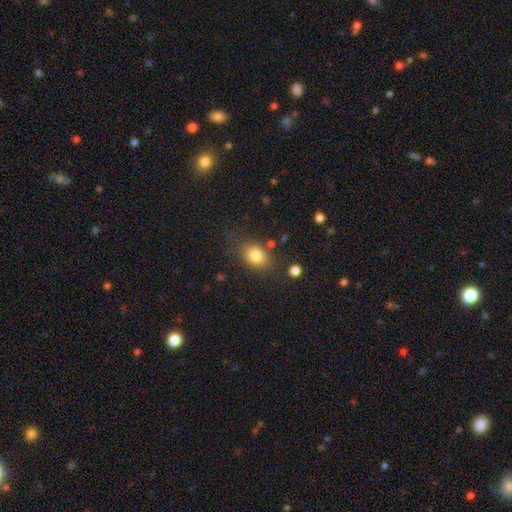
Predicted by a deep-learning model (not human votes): A smooth galaxy with no disk features (81%) that is in between round and cigar-shaped (65%). Merging: none (74%).